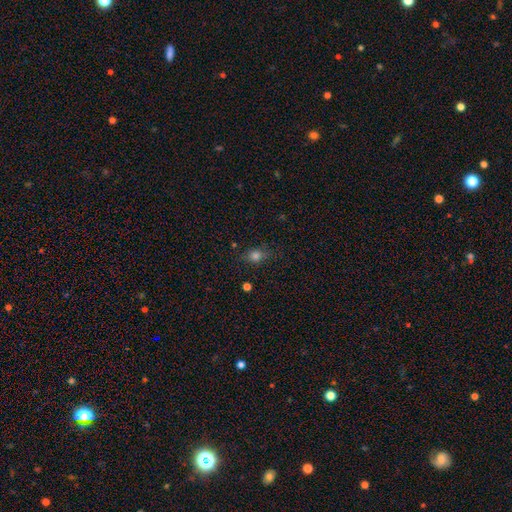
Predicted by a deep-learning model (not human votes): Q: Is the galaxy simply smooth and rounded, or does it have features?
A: smooth — 76%.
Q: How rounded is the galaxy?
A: round — 49%.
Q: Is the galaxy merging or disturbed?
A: none — 75%.